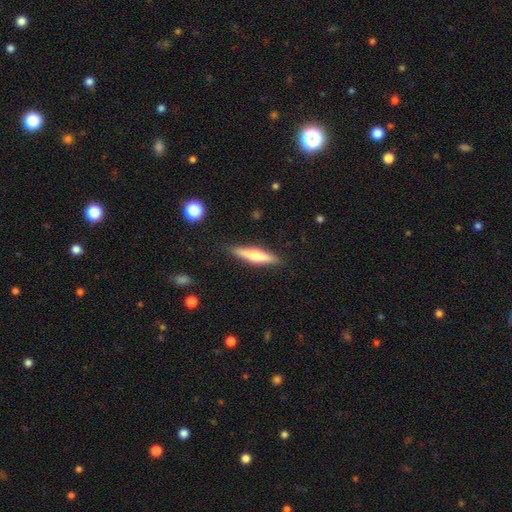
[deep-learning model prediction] Overall: smooth (53%; featured or disk 41%). How rounded: cigar-shaped (84%). Merging: none (88%).